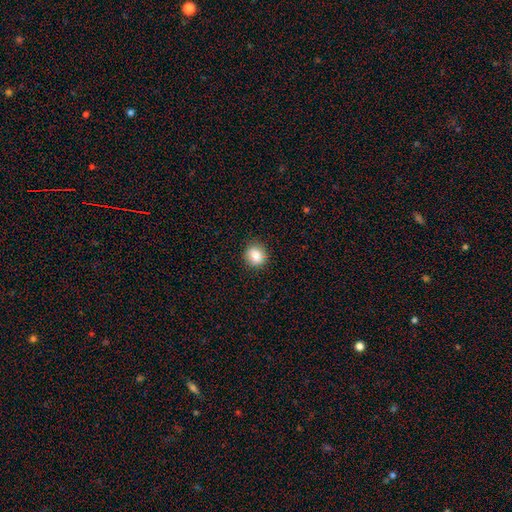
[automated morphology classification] A smooth galaxy with no disk features (81%) that is round (86%). Merging: none (86%).